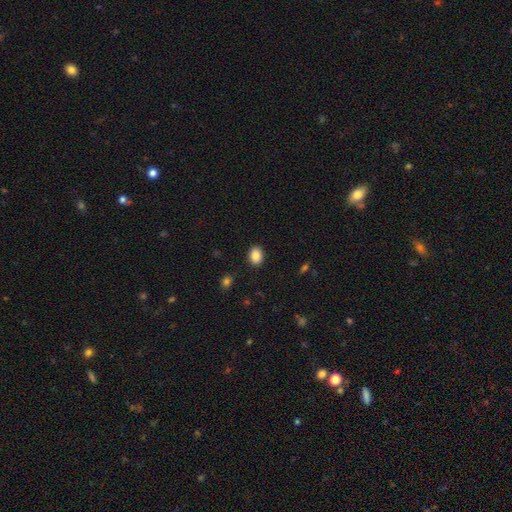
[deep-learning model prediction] smooth-or-featured: smooth: 88% | star or artifact: 8% | featured or disk: 3%
  how-rounded: in between: 70% | round: 29% | cigar-shaped: 1%
  merging: none: 89% | minor disturbance: 8% | major disturbance: 2% | merger: 1%